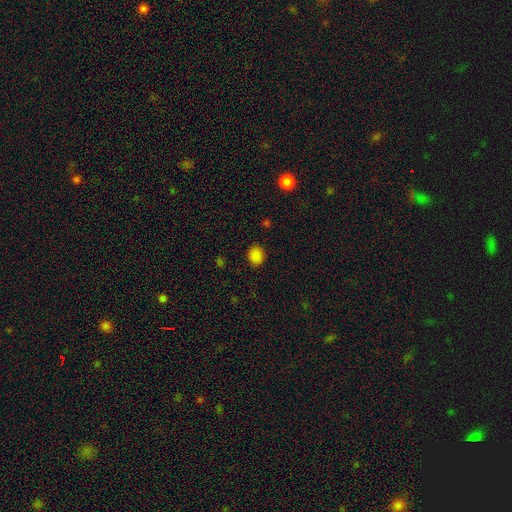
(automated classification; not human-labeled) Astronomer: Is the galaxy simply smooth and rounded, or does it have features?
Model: smooth — 84%.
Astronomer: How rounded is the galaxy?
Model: round — 64%.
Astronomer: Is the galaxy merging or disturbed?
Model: none — 87%.